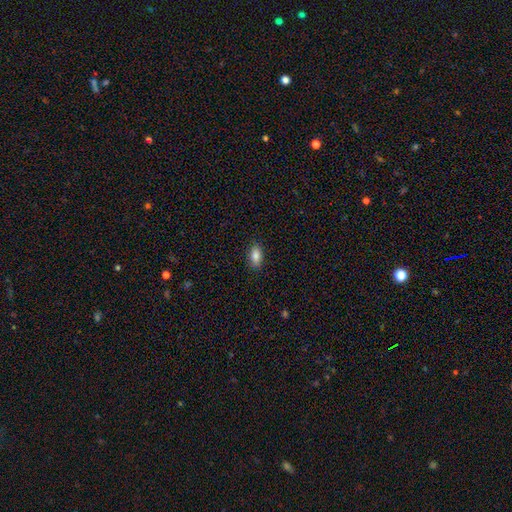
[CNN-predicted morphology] This is clearly a smooth galaxy (85%). How rounded: clearly in between (90%). Merging: clearly none (87%).